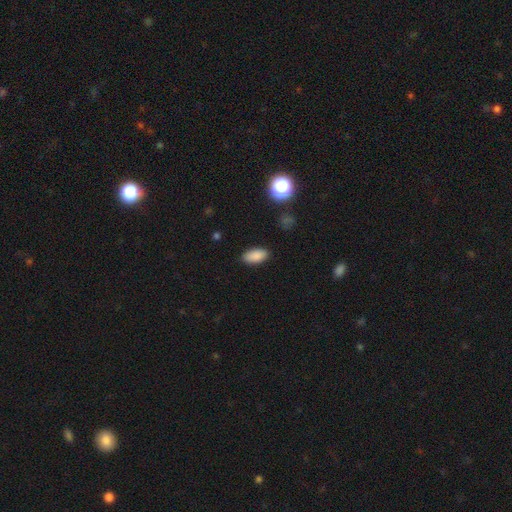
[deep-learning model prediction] Smooth or featured: smooth — 87% (star or artifact — 9%)
How rounded: in between — 92% (cigar-shaped — 5%)
Merging: none — 88% (minor disturbance — 9%)